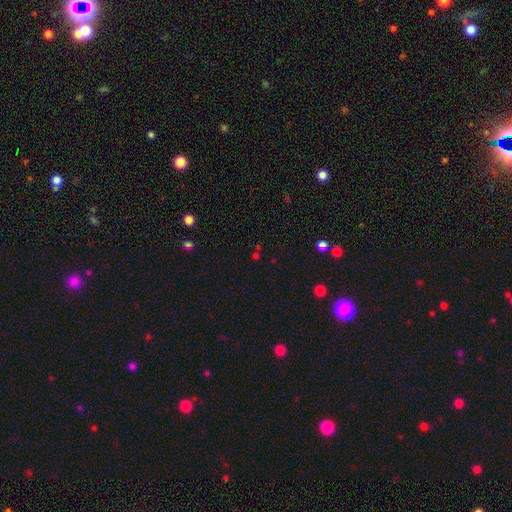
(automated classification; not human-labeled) star or artifact 54%, smooth 38%, featured or disk 8%.